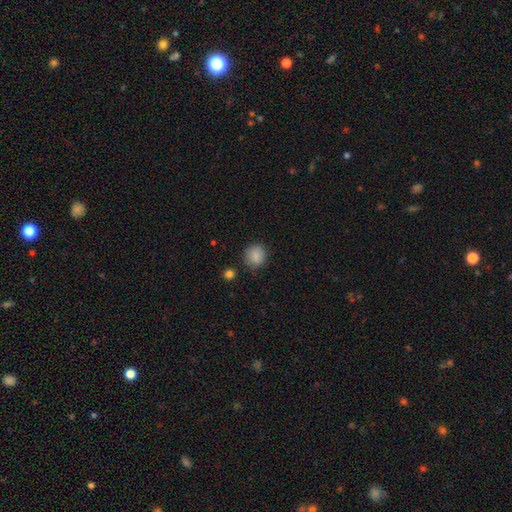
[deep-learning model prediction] Smooth or featured? Predicted: smooth (p=0.87). How rounded? Predicted: round (p=0.85). Merging? Predicted: none (p=0.86).